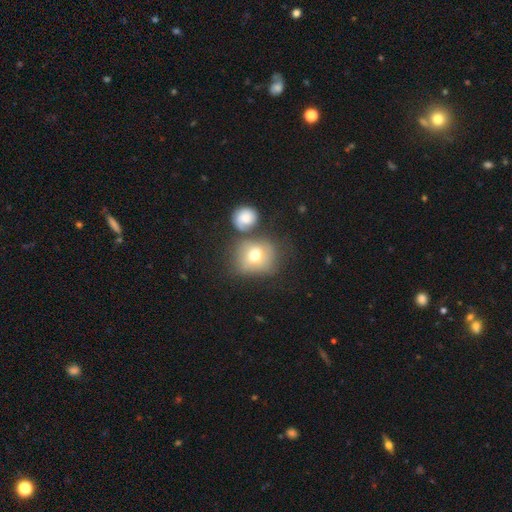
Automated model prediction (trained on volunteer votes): Smooth or featured?
  - smooth: 68% *
  - featured or disk: 22%
  - star or artifact: 10%
How rounded?
  - round: 74% *
  - in between: 25%
  - cigar-shaped: 1%
Merging?
  - none: 53% *
  - merger: 21%
  - minor disturbance: 17%
  - major disturbance: 9%